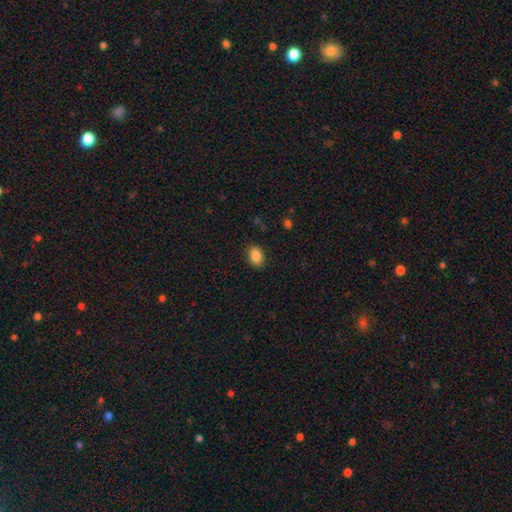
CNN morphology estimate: smooth 87%, star or artifact 8%, featured or disk 5%. Down the decision tree: how rounded — in between (77%); merging — none (88%).